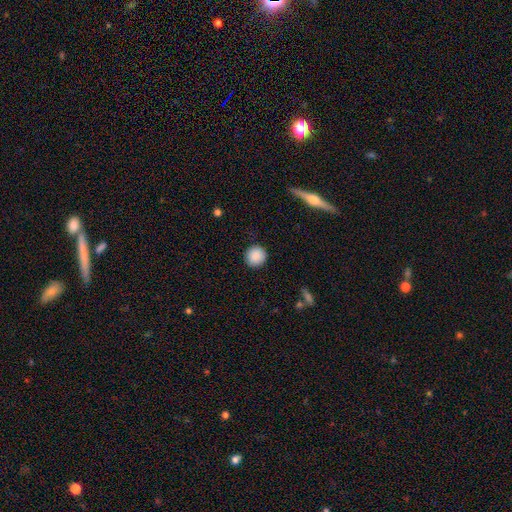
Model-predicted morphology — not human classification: A smooth galaxy with no disk features (89%) that is round (94%).

Vote fractions:
- Smooth or featured? smooth: 89% / star or artifact: 8% / featured or disk: 4%
- How rounded? round: 94% / in between: 5% / cigar-shaped: 1%
- Merging? none: 90% / minor disturbance: 7% / major disturbance: 2% / merger: 1%